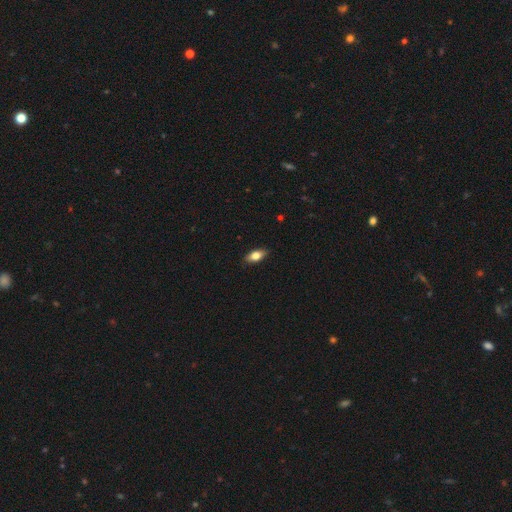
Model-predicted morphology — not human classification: Smooth or featured: smooth — 77% (featured or disk — 16%)
How rounded: in between — 86% (cigar-shaped — 10%)
Merging: none — 88% (minor disturbance — 9%)